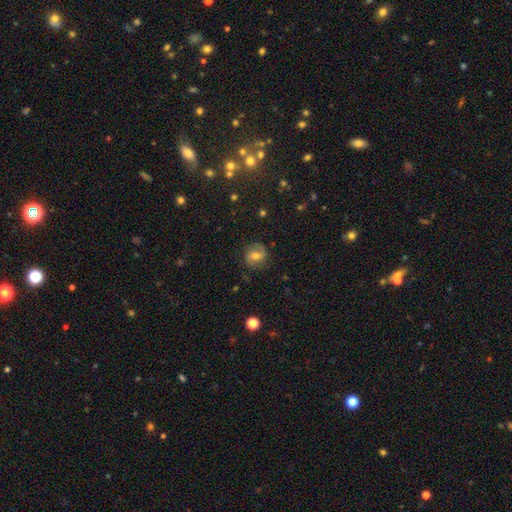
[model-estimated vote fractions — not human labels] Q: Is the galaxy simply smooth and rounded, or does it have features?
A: featured or disk — 59%.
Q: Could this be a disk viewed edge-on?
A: no — 97%.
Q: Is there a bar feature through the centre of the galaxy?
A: weak — 45%.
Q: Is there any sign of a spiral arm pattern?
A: yes — 85%.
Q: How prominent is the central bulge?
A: moderate — 68%.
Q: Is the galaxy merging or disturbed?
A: none — 79%.